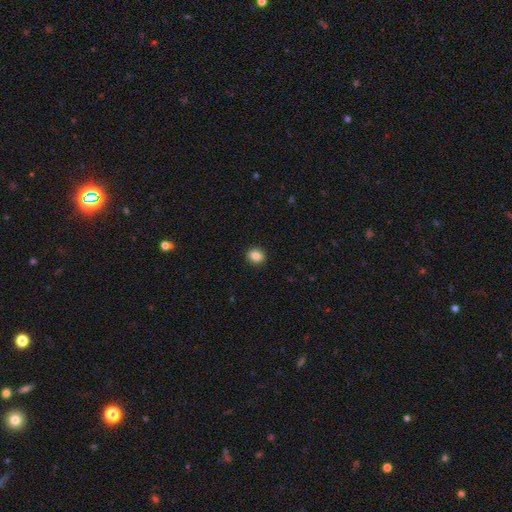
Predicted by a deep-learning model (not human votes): smooth 86%, star or artifact 9%, featured or disk 5%. Down the decision tree: how rounded — round (58%); merging — none (91%).